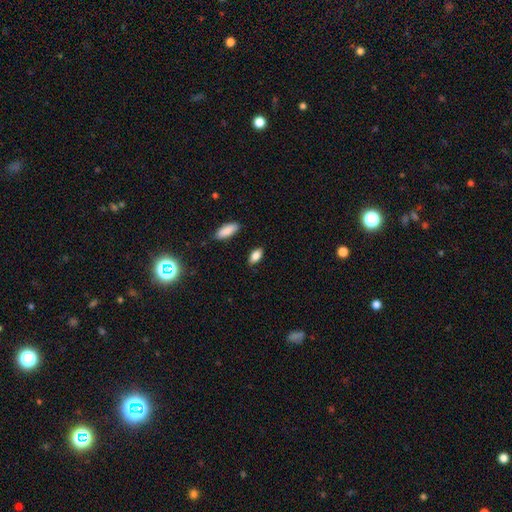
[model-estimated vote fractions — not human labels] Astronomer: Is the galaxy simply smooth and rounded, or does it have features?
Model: smooth — 83%.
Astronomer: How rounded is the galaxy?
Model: in between — 86%.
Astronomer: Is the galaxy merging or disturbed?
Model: none — 84%.